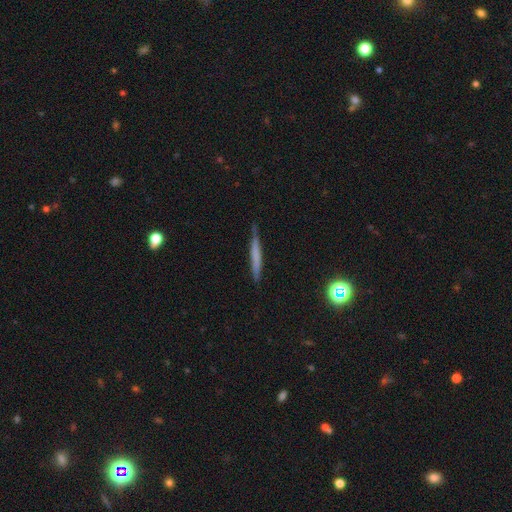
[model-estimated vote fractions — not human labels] Morphology: type=smooth (53%); roundness=cigar-shaped (95%); merging=none (84%).